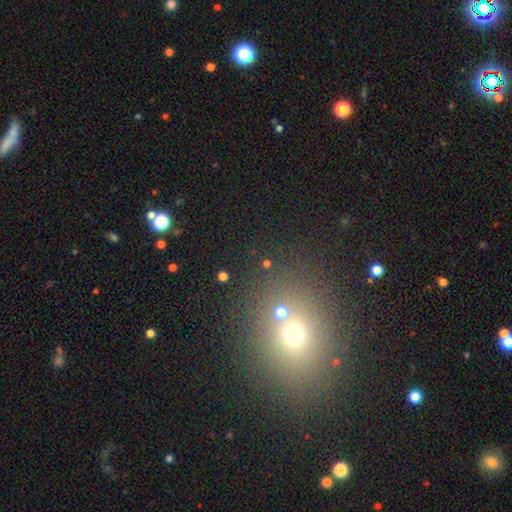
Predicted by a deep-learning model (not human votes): Smooth or featured: smooth — 49% (star or artifact — 40%)
Merging: none — 74% (merger — 14%)